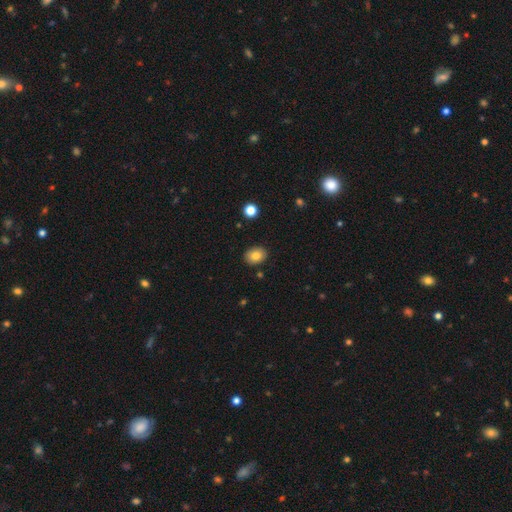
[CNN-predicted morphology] A smooth galaxy with no disk features (82%) that is in between round and cigar-shaped (63%). Merging: none (87%).